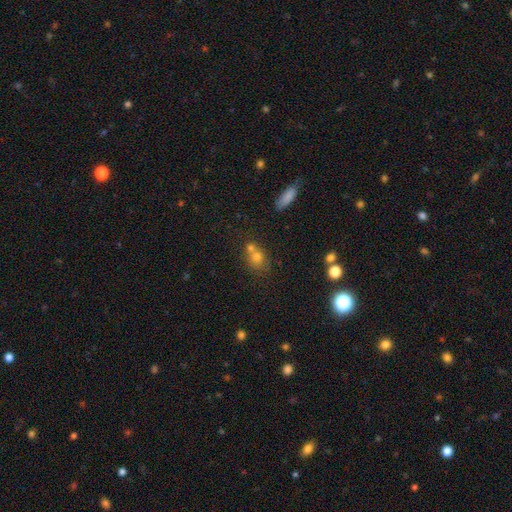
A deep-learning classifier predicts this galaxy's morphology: Smooth or featured? smooth (72%)
How rounded? round (56%)
Merging? merger (44%)